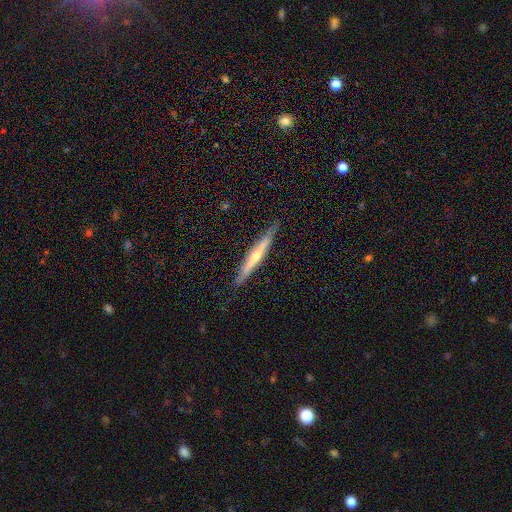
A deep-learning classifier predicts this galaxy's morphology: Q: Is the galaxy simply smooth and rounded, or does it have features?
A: featured or disk — 68%.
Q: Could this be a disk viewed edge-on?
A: yes — 96%.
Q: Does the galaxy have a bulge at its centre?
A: rounded — 74%.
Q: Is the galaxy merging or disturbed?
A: none — 87%.